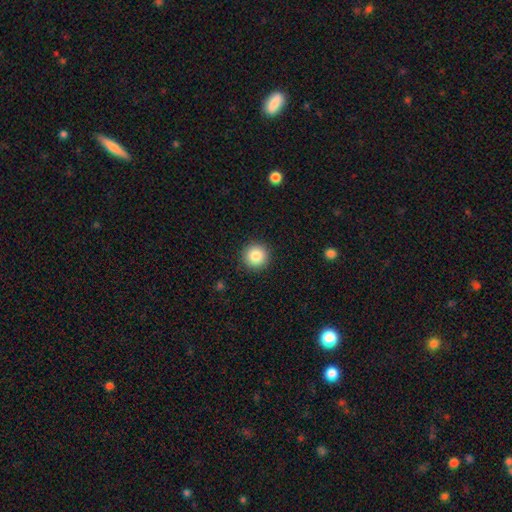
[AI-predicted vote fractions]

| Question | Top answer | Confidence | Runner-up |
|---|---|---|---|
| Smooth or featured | smooth | 86% | star or artifact (9%) |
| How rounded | round | 96% | in between (3%) |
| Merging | none | 92% | minor disturbance (5%) |